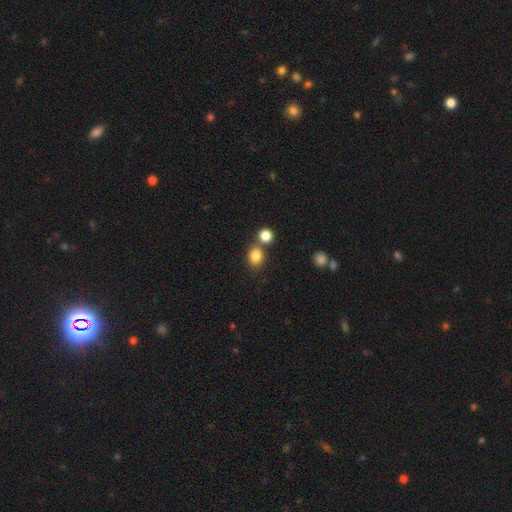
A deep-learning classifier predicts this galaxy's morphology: Smooth or featured: smooth — 84% (star or artifact — 11%)
How rounded: round — 57% (in between — 42%)
Merging: none — 66% (merger — 20%)